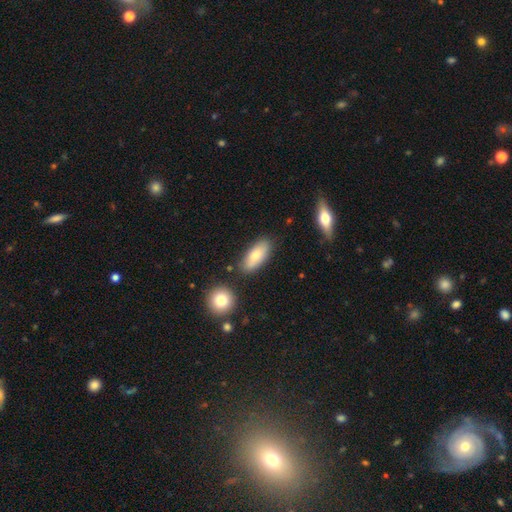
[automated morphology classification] Smooth or featured: smooth — 80% (featured or disk — 14%)
How rounded: in between — 84% (cigar-shaped — 14%)
Merging: none — 77% (minor disturbance — 14%)